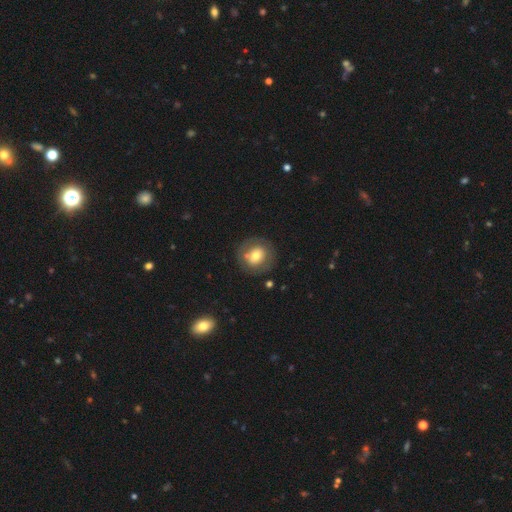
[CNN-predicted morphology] smooth_or_featured: smooth (p=0.61) [alt: featured or disk p=0.31]
how_rounded: round (p=0.82) [alt: in between p=0.17]
merging: none (p=0.75) [alt: minor disturbance p=0.13]